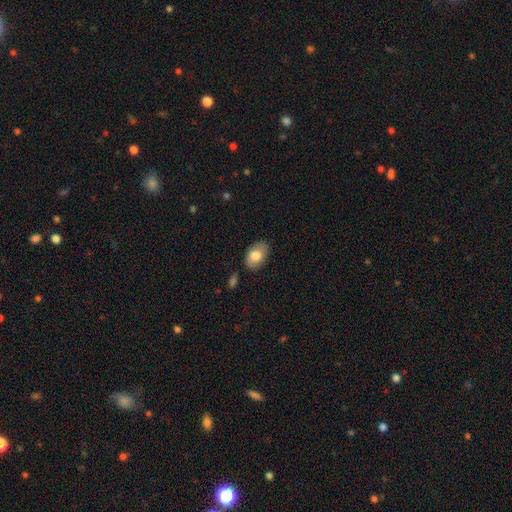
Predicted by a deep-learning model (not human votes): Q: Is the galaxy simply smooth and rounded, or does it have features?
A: smooth — 77%.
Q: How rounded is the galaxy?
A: in between — 88%.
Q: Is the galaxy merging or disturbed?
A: none — 81%.